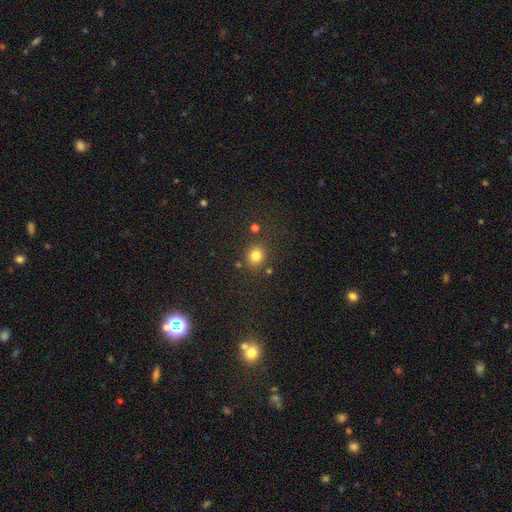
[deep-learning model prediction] Smooth or featured?
  - smooth: 81% *
  - star or artifact: 14%
  - featured or disk: 5%
How rounded?
  - round: 83% *
  - in between: 16%
  - cigar-shaped: 1%
Merging?
  - none: 81% *
  - minor disturbance: 9%
  - merger: 6%
  - major disturbance: 4%